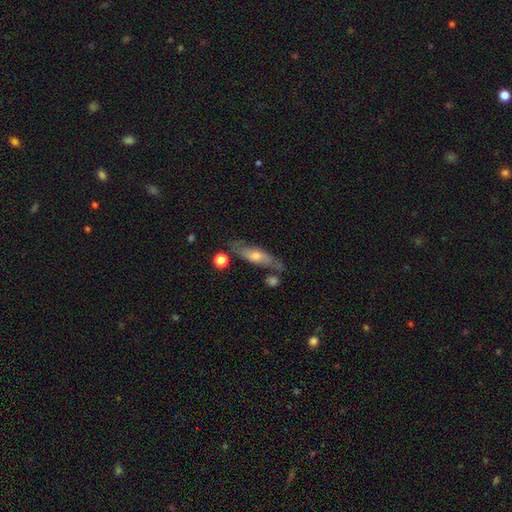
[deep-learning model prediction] A featured or disk galaxy (59%). Merging: none (66%).